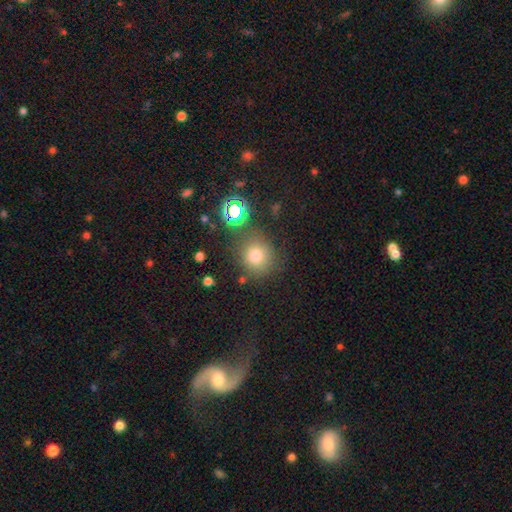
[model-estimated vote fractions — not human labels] Smooth or featured? smooth (73%)
How rounded? round (87%)
Merging? none (76%)